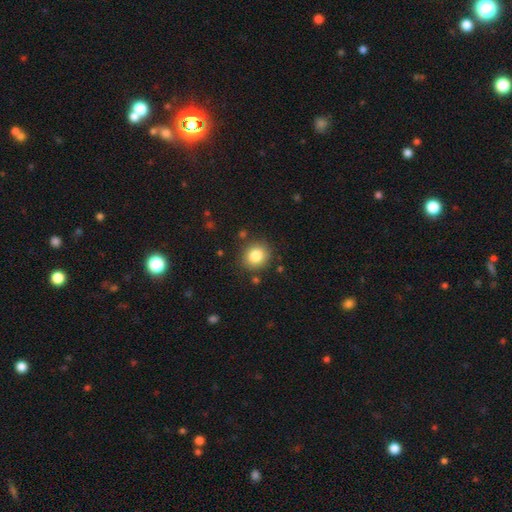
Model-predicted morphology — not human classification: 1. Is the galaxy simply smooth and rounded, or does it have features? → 82% smooth, 11% star or artifact, 8% featured or disk.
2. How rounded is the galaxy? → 84% round, 15% in between, 1% cigar-shaped.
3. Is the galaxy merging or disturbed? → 86% none, 9% minor disturbance, 3% major disturbance, 3% merger.